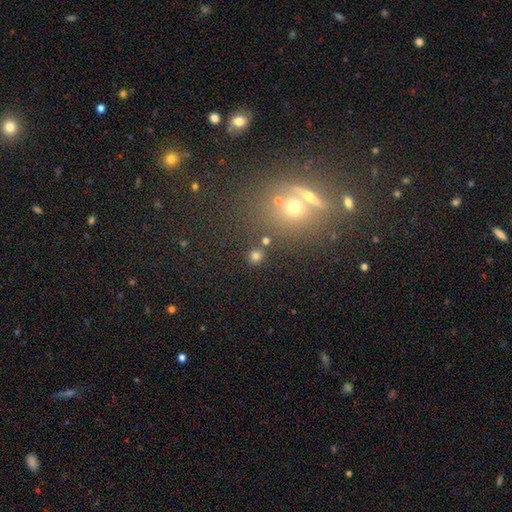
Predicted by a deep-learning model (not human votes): A smooth galaxy with no disk features (77%) that is round (88%).

Vote fractions:
- Smooth or featured? smooth: 77% / star or artifact: 16% / featured or disk: 6%
- How rounded? round: 88% / in between: 11% / cigar-shaped: 1%
- Merging? none: 81% / merger: 8% / minor disturbance: 7% / major disturbance: 3%